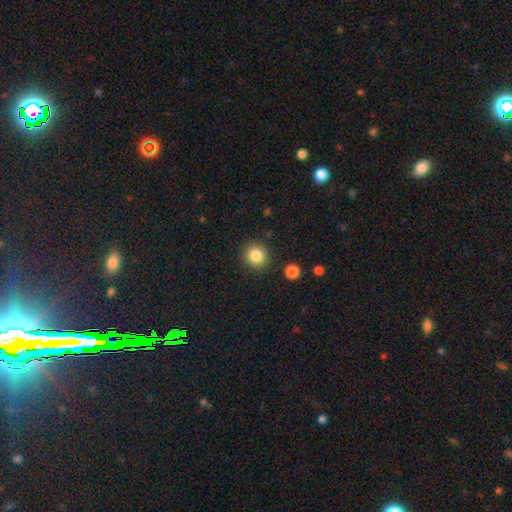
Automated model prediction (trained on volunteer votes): The model was most divided on "smooth or featured": smooth: 84%, star or artifact: 10%, featured or disk: 6%. More confident: how rounded — round (89%); merging — none (89%).